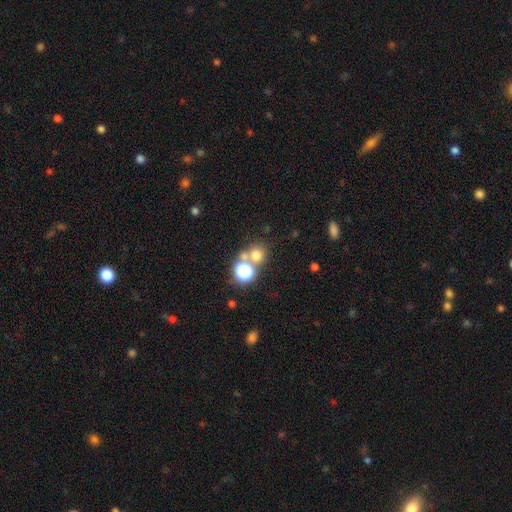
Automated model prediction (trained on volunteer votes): Smooth or featured?
  - smooth: 67% *
  - star or artifact: 23%
  - featured or disk: 9%
How rounded?
  - round: 86% *
  - in between: 13%
  - cigar-shaped: 1%
Merging?
  - none: 58% *
  - merger: 31%
  - minor disturbance: 7%
  - major disturbance: 4%